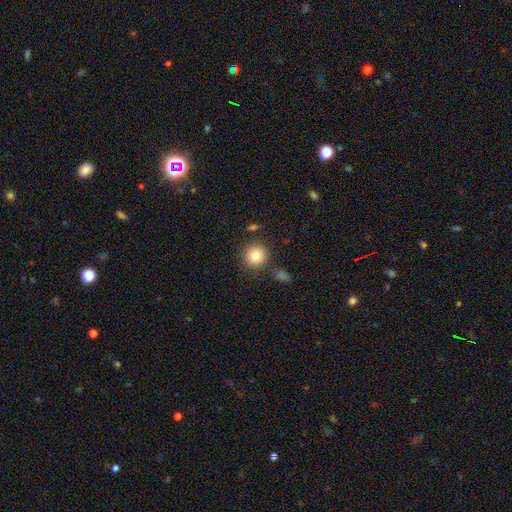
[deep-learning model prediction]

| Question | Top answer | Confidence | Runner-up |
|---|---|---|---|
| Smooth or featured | smooth | 84% | star or artifact (10%) |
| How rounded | round | 93% | in between (6%) |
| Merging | none | 83% | minor disturbance (8%) |